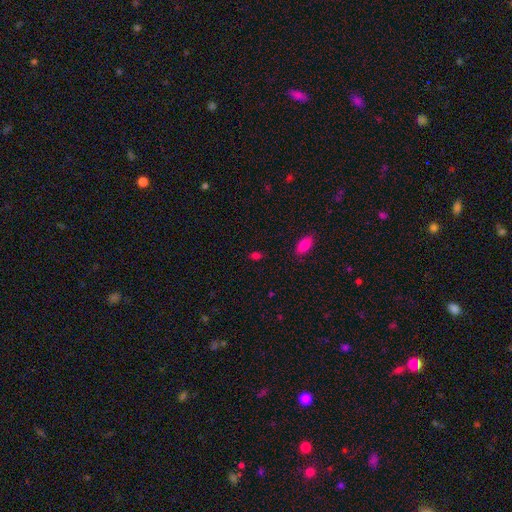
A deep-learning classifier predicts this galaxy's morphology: Overall: smooth (70%). How rounded: in between (75%). Merging: none (82%).